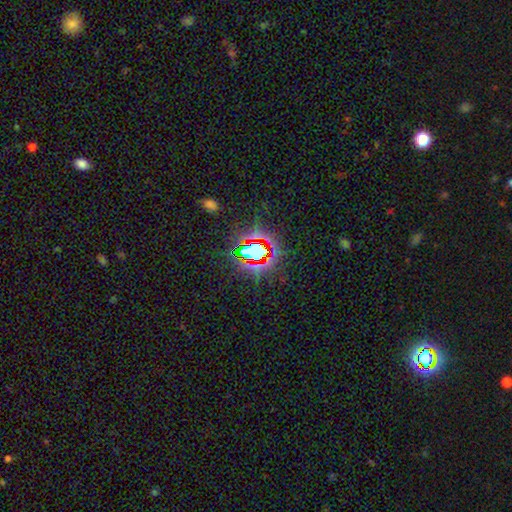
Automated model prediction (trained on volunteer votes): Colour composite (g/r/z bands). It shows a star or artifact, not a galaxy (76%).